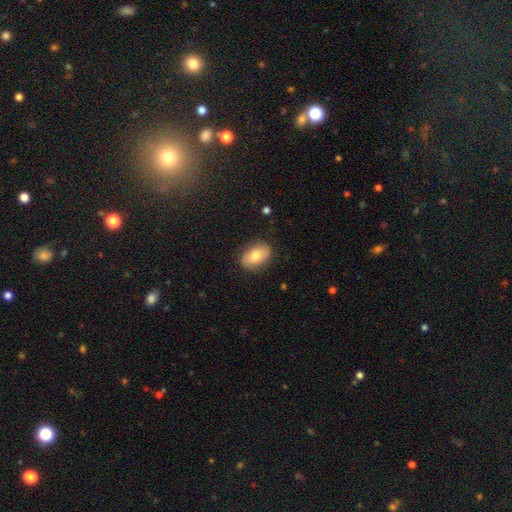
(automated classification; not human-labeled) smooth_or_featured: smooth (p=0.75) [alt: featured or disk p=0.18]
how_rounded: in between (p=0.87) [alt: round p=0.11]
merging: none (p=0.85) [alt: minor disturbance p=0.11]